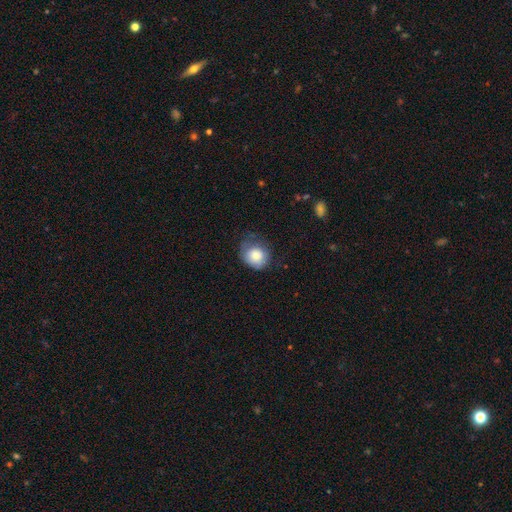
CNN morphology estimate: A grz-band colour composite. It shows a smooth galaxy with no disk features (81%) that is round (70%). Merging: none (50%).